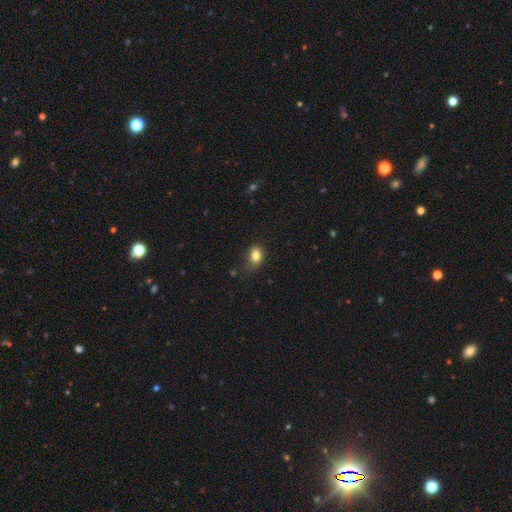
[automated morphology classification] Smooth or featured: smooth — 83% (star or artifact — 11%)
How rounded: in between — 67% (round — 31%)
Merging: none — 67% (minor disturbance — 25%)